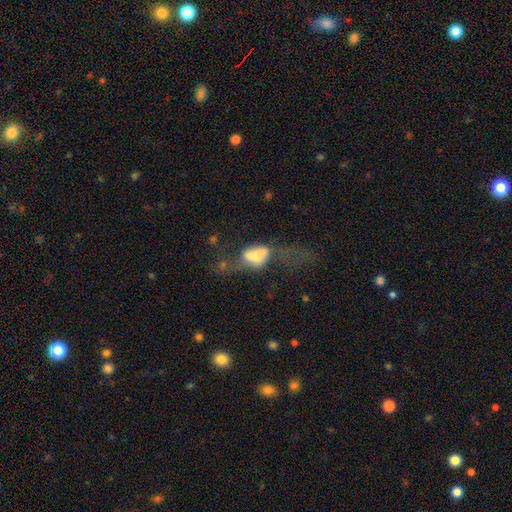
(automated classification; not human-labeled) This is possibly a smooth galaxy (53%). How rounded: clearly in between (84%). Merging: possibly major disturbance (53%).